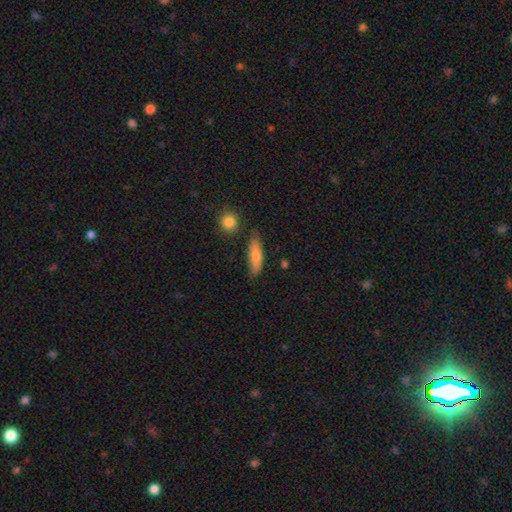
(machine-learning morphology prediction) Smooth or featured? smooth (70%)
How rounded? cigar-shaped (57%)
Merging? none (78%)